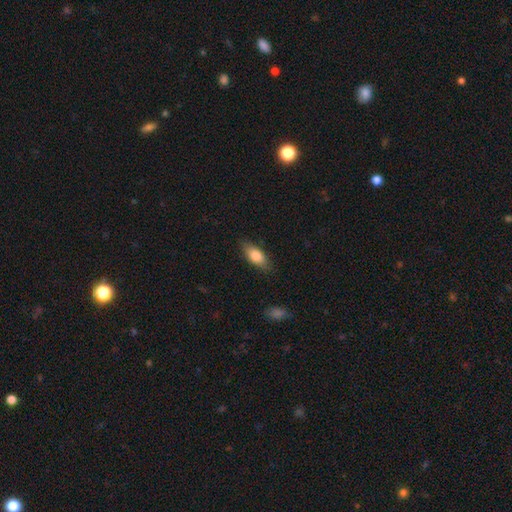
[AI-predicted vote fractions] smooth 77%, featured or disk 16%, star or artifact 6%. Down the decision tree: how rounded — in between (81%); merging — none (81%).